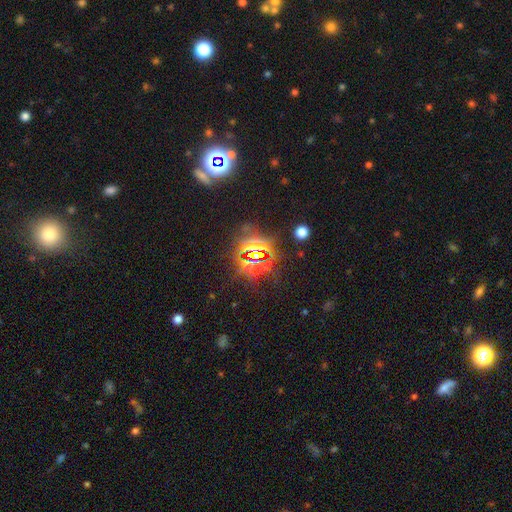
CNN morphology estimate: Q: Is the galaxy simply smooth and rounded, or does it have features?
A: star or artifact — 77%.